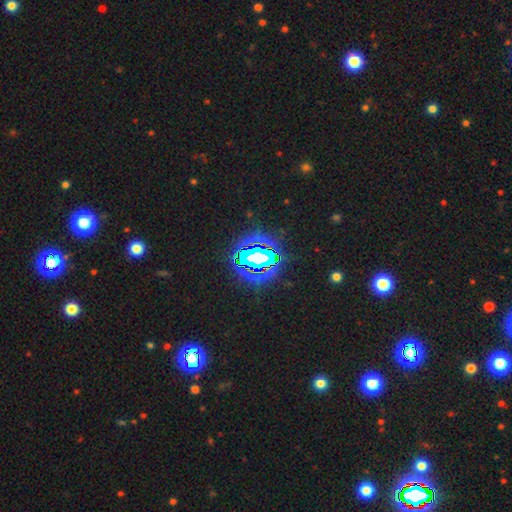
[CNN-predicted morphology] smooth_or_featured: star or artifact (p=0.74) [alt: smooth p=0.13]